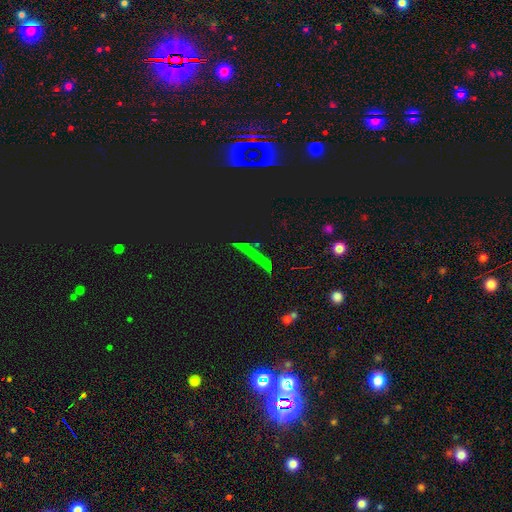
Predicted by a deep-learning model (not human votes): Smooth or featured? star or artifact (43%)